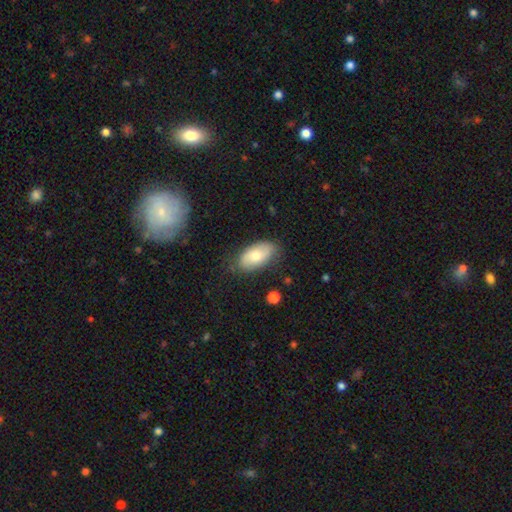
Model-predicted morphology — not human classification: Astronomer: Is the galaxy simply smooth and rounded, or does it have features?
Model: smooth — 66%.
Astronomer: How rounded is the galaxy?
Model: in between — 93%.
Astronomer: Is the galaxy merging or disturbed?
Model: none — 79%.